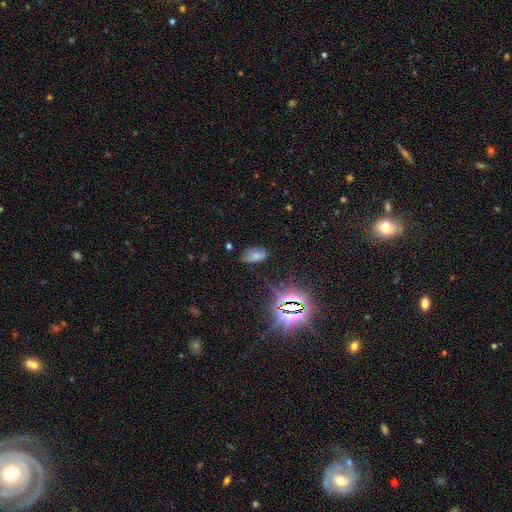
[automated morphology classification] Smooth or featured?
  - smooth: 61% *
  - star or artifact: 26%
  - featured or disk: 13%
How rounded?
  - in between: 93% *
  - round: 5%
  - cigar-shaped: 2%
Merging?
  - none: 74% *
  - minor disturbance: 19%
  - major disturbance: 5%
  - merger: 2%